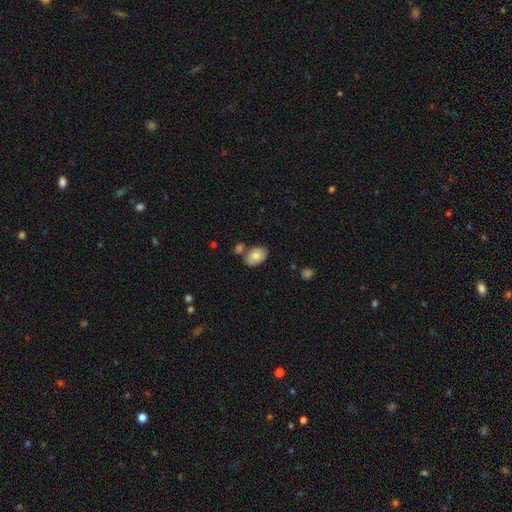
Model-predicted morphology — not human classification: smooth_or_featured: smooth (p=0.80) [alt: featured or disk p=0.13]
how_rounded: in between (p=0.88) [alt: round p=0.10]
merging: none (p=0.68) [alt: minor disturbance p=0.14]